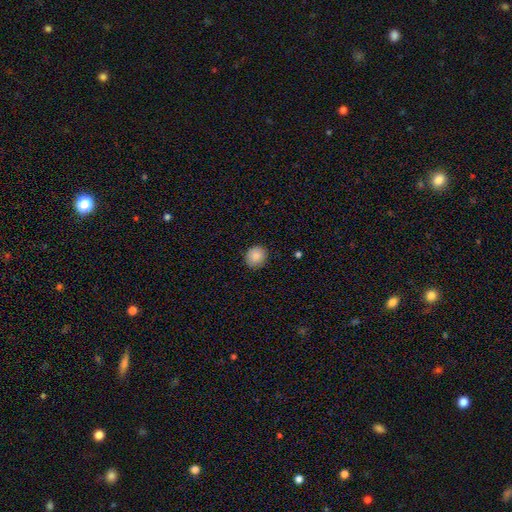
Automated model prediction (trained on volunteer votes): smooth 86%, star or artifact 8%, featured or disk 5%. Down the decision tree: how rounded — round (82%); merging — none (85%).